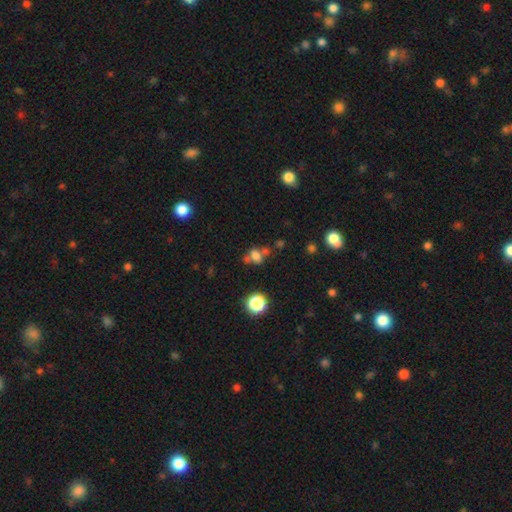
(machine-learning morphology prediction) This is likely a smooth galaxy (61%). How rounded: likely in between (60%). Merging: marginally none (44%).